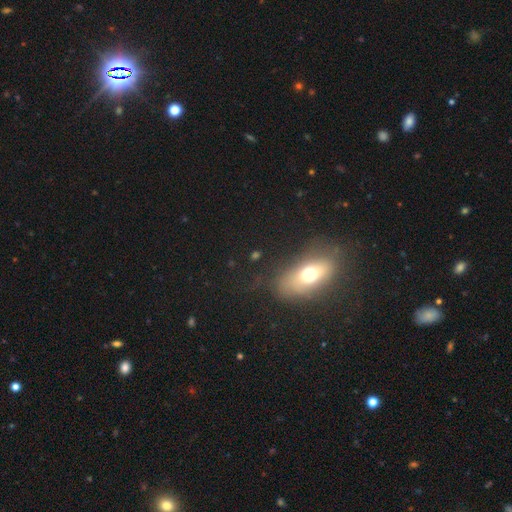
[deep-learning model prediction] Overall: smooth (53%; featured or disk 27%). How rounded: in between (64%). Merging: none (69%).